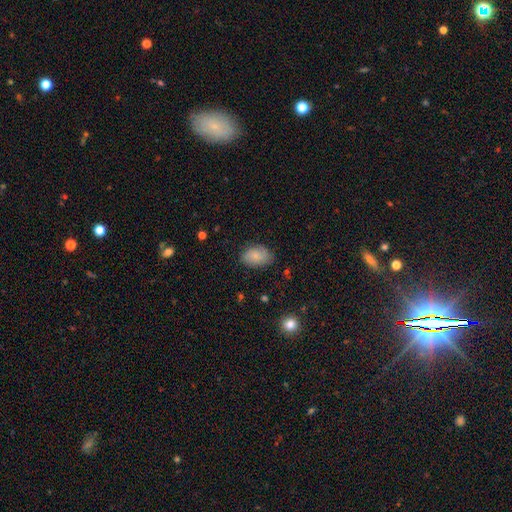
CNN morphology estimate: Smooth or featured? smooth (77%)
How rounded? in between (86%)
Merging? none (75%)